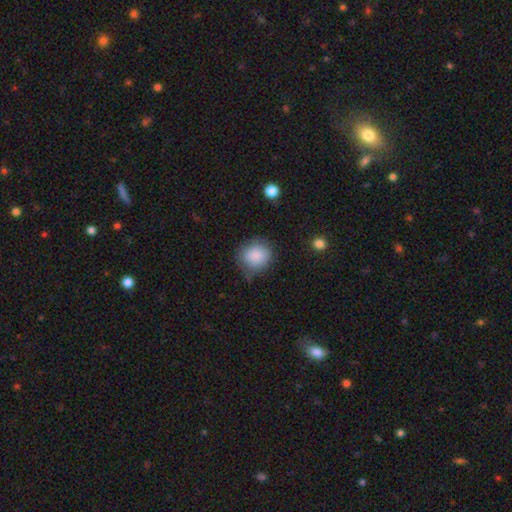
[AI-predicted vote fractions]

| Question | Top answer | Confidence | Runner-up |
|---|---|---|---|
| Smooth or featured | smooth | 87% | star or artifact (8%) |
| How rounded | round | 81% | in between (18%) |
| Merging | none | 70% | minor disturbance (22%) |